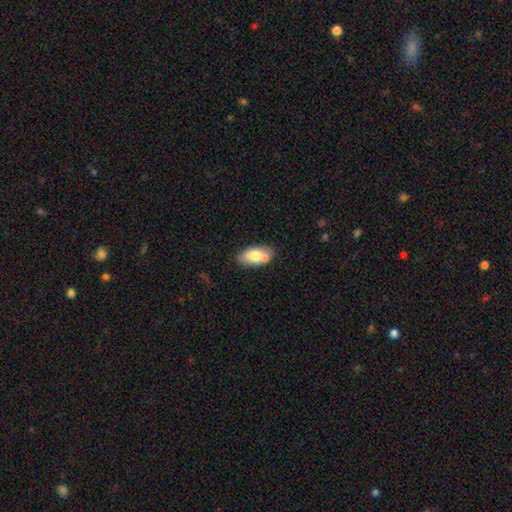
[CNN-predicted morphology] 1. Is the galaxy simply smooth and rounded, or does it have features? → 74% smooth, 19% featured or disk, 7% star or artifact.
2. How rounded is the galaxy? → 92% in between, 5% cigar-shaped, 3% round.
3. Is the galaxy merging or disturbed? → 64% none, 18% minor disturbance, 14% merger, 4% major disturbance.